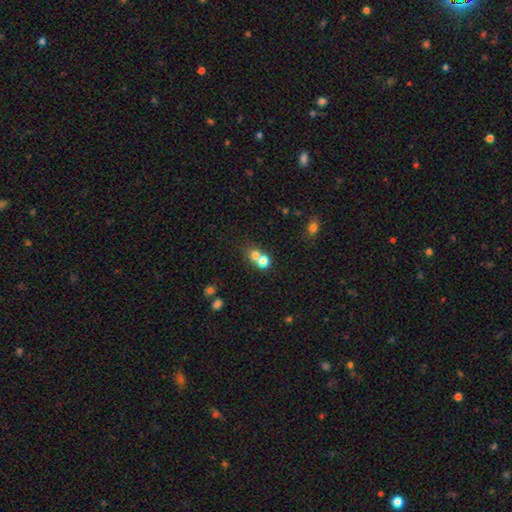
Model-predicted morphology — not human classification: This is likely a smooth galaxy (72%). How rounded: likely round (78%). Merging: possibly merger (54%).